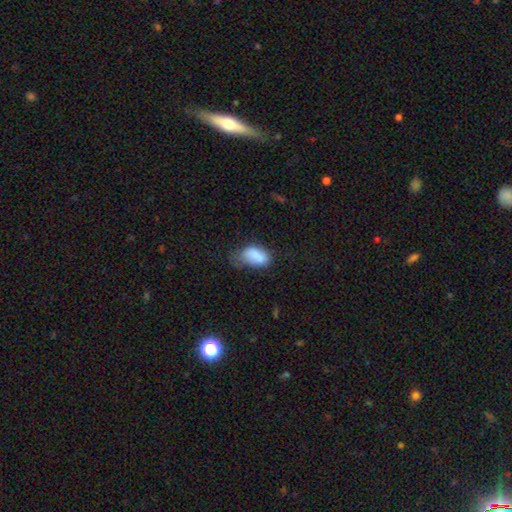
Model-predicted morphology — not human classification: A smooth galaxy with no disk features (83%) that is in between round and cigar-shaped (92%). Merging: minor disturbance (39%).